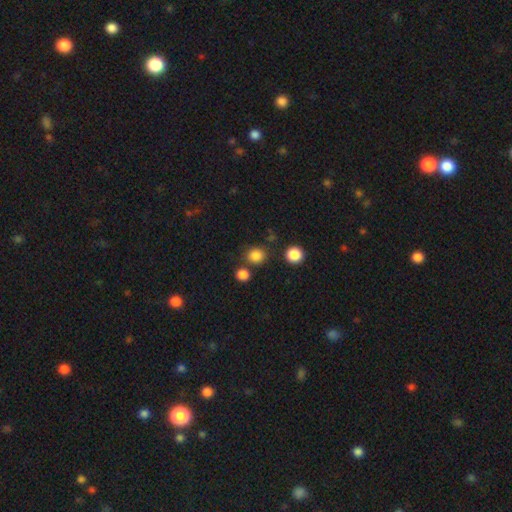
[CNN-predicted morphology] Smooth or featured: smooth — 83% (star or artifact — 13%)
How rounded: round — 80% (in between — 19%)
Merging: none — 76% (merger — 11%)